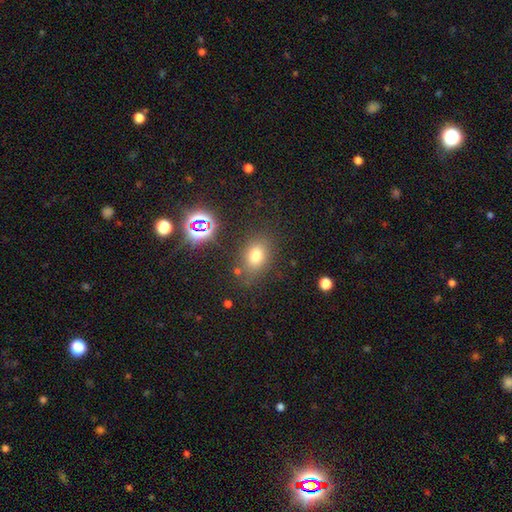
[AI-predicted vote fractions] This appears to be a smooth galaxy with no disk features (71%) that is in between round and cigar-shaped (66%). Merging: none (78%).